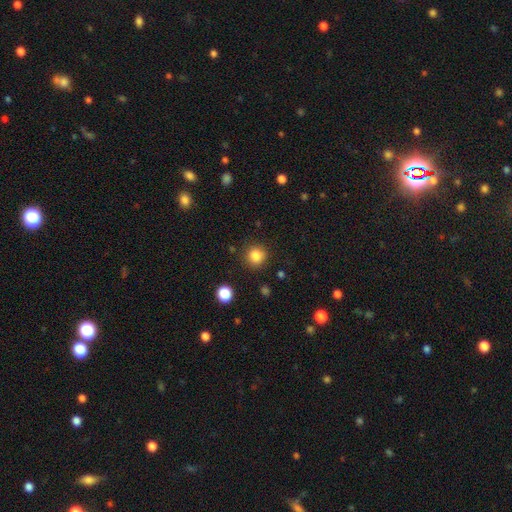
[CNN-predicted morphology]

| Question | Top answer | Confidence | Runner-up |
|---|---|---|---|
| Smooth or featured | smooth | 84% | star or artifact (11%) |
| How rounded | round | 92% | in between (7%) |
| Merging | none | 88% | minor disturbance (7%) |